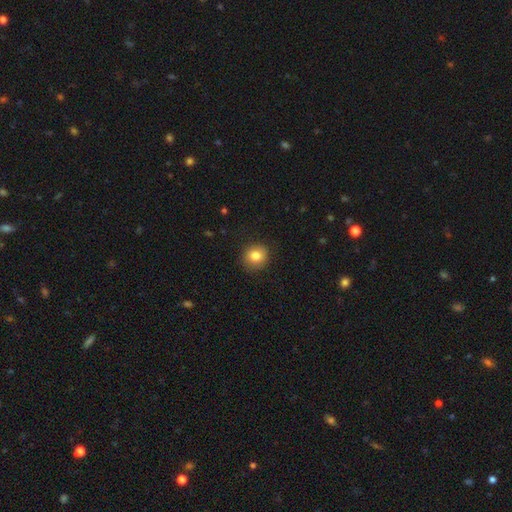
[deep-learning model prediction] This appears to be a smooth galaxy with no disk features (82%) that is round (83%). Merging: none (88%).